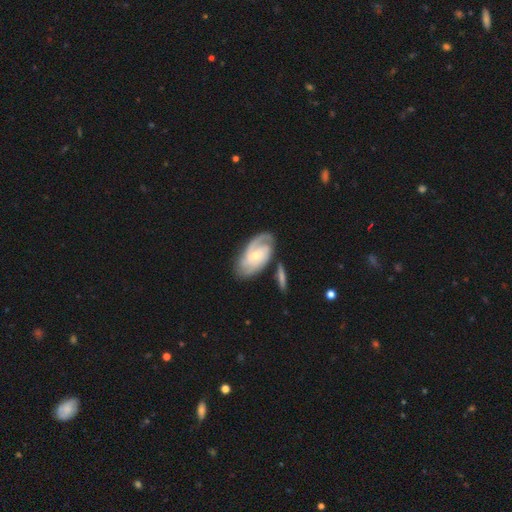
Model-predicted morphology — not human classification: The model was most divided on "spiral winding": tight: 51%, medium: 38%, loose: 11%. Remaining: spiral arms — yes (96%); edge-on disk — no (95%); smooth or featured — featured or disk (82%); merging — none (69%); bulge size — small (62%); bar — no (55%); spiral arm count — 2 (44%).